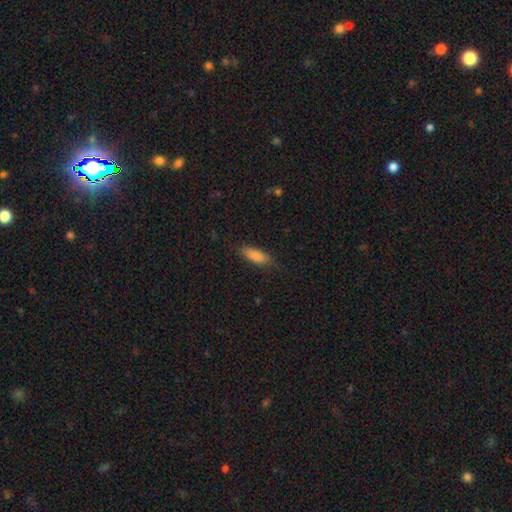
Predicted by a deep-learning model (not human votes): smooth-or-featured: smooth: 86% | star or artifact: 7% | featured or disk: 7%
  how-rounded: in between: 69% | cigar-shaped: 30% | round: 2%
  merging: none: 80% | minor disturbance: 15% | major disturbance: 4% | merger: 1%